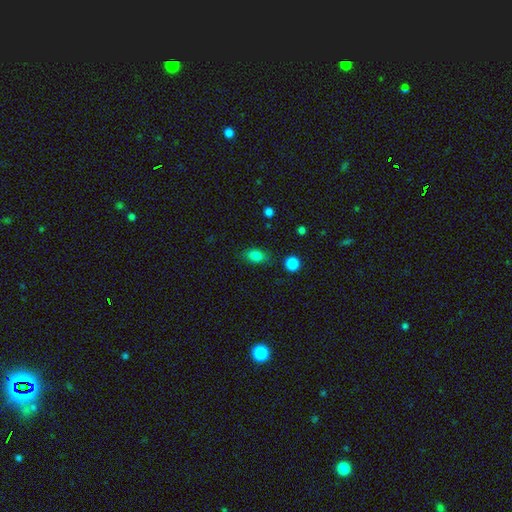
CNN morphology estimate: The model was most divided on "how rounded": in between: 77%, round: 21%, cigar-shaped: 2%. More confident: smooth or featured — smooth (84%); merging — none (77%).